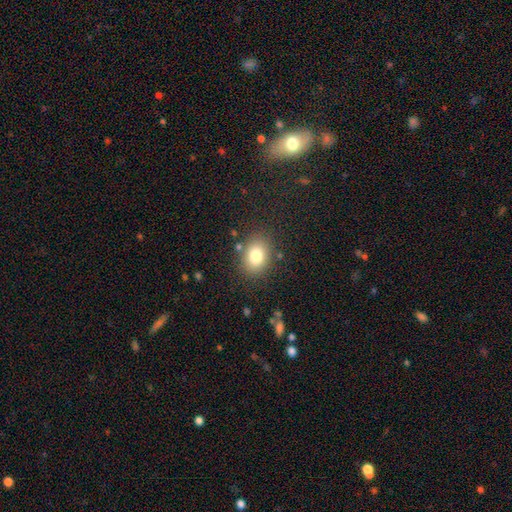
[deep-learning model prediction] A smooth galaxy with no disk features (80%) that is in between round and cigar-shaped (63%). Merging: none (82%).